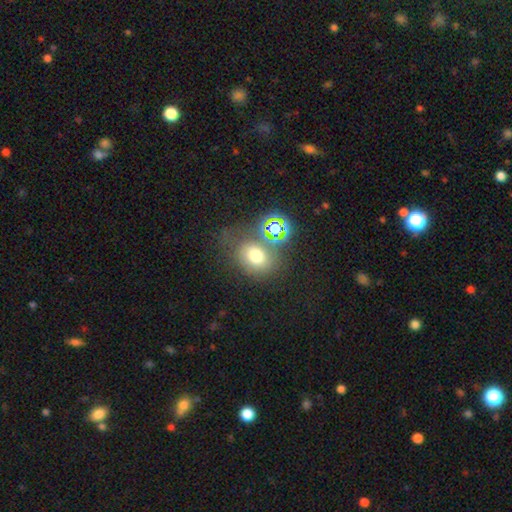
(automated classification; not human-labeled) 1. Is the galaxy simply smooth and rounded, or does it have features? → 66% smooth, 21% star or artifact, 13% featured or disk.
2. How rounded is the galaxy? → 59% round, 40% in between, 1% cigar-shaped.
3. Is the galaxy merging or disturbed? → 56% none, 17% minor disturbance, 15% merger, 11% major disturbance.